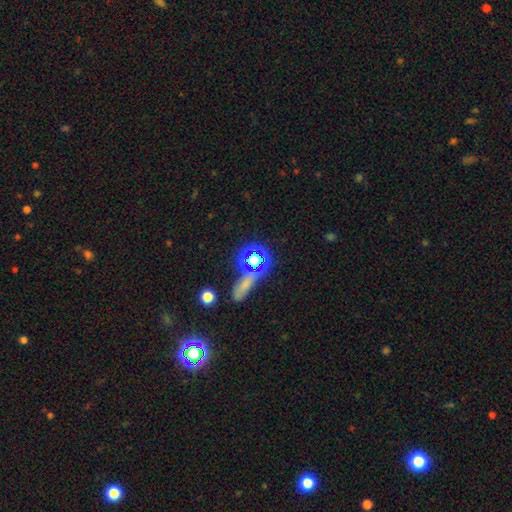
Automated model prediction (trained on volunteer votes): Smooth or featured: star or artifact — 46% (smooth — 37%)